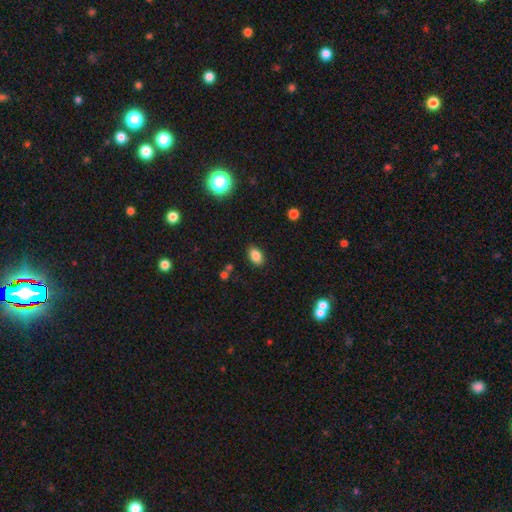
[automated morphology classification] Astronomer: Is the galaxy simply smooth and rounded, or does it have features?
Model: smooth — 85%.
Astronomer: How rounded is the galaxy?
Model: in between — 86%.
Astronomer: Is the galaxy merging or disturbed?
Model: none — 86%.